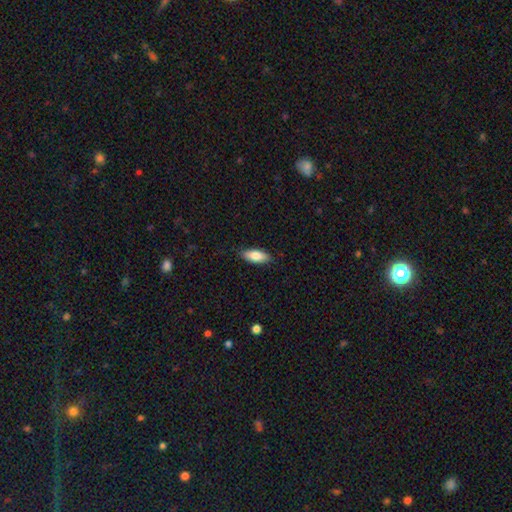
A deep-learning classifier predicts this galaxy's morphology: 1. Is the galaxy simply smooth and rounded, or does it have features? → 81% smooth, 13% featured or disk, 6% star or artifact.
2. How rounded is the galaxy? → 80% in between, 18% cigar-shaped, 2% round.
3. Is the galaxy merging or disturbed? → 85% none, 12% minor disturbance, 2% major disturbance, 1% merger.